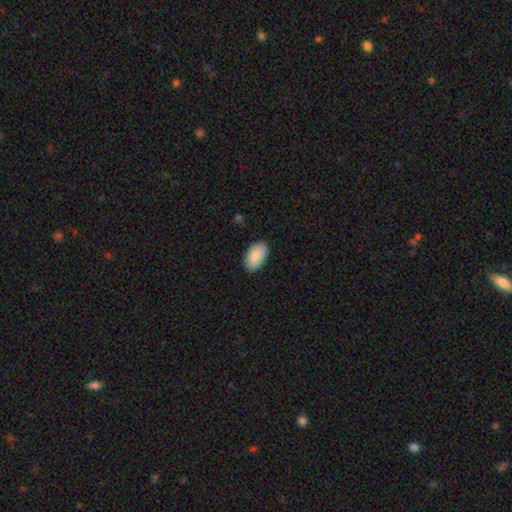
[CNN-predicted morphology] A smooth galaxy with no disk features (89%) that is in between round and cigar-shaped (96%). Merging: none (88%).